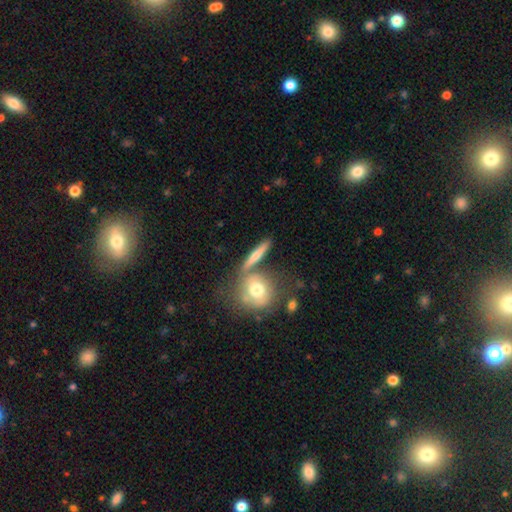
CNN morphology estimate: Smooth or featured? Predicted: smooth (p=0.55). How rounded? Predicted: cigar-shaped (p=0.62). Merging? Predicted: none (p=0.67).